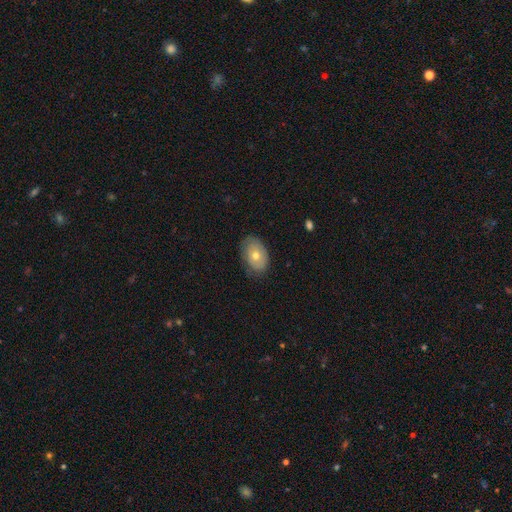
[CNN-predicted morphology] Smooth or featured: smooth — 59% (featured or disk — 33%)
How rounded: in between — 82% (round — 16%)
Merging: none — 76% (minor disturbance — 19%)